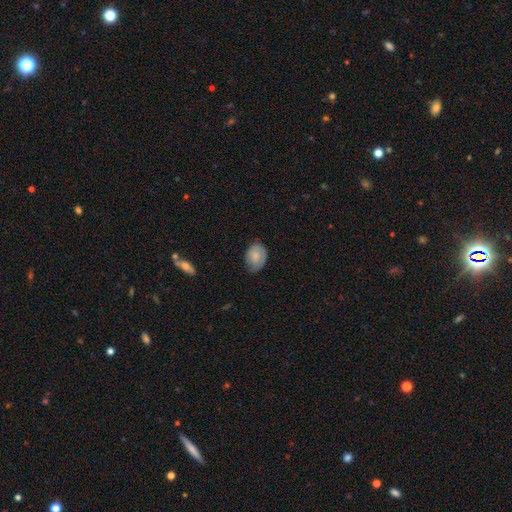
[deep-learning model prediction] Smooth or featured?
  - smooth: 74% *
  - featured or disk: 19%
  - star or artifact: 7%
How rounded?
  - in between: 71% *
  - round: 28%
  - cigar-shaped: 1%
Merging?
  - none: 64% *
  - minor disturbance: 29%
  - major disturbance: 7%
  - merger: 1%